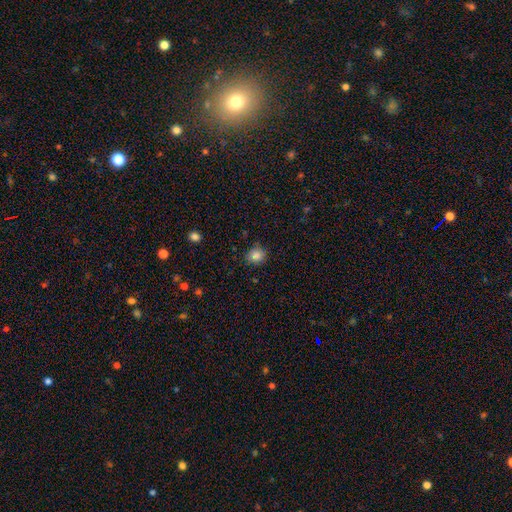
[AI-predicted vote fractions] Smooth or featured? Predicted: smooth (p=0.85). How rounded? Predicted: round (p=0.83). Merging? Predicted: none (p=0.84).